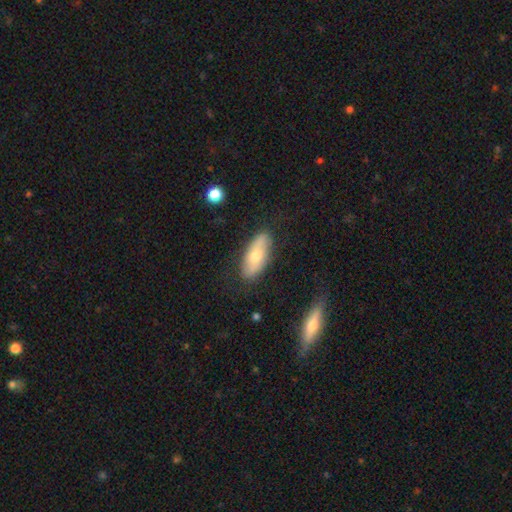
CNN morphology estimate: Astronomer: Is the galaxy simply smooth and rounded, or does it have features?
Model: smooth — 62%.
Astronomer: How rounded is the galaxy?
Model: in between — 81%.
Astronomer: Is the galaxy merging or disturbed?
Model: none — 81%.